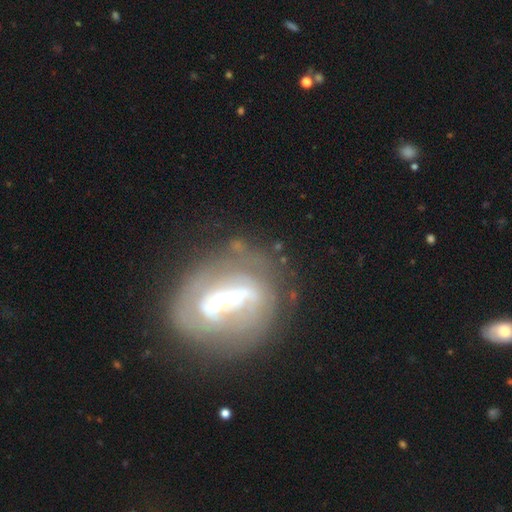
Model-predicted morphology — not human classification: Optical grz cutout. It shows a featured or disk galaxy (74%) with a strong bar (75%), no spiral arms (51%) and a moderate central bulge (34%). Merging: none (57%).